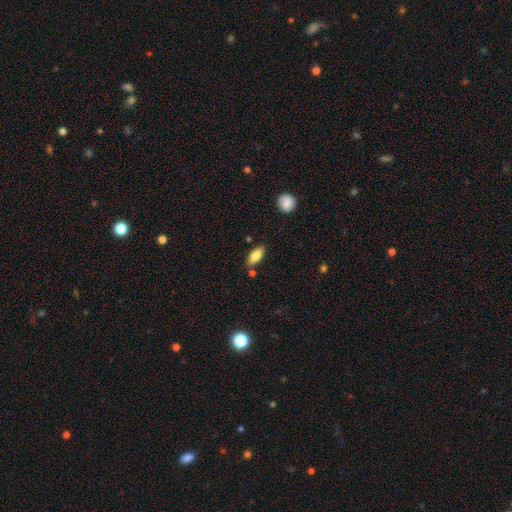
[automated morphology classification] Smooth or featured? smooth (82%)
How rounded? in between (89%)
Merging? none (79%)